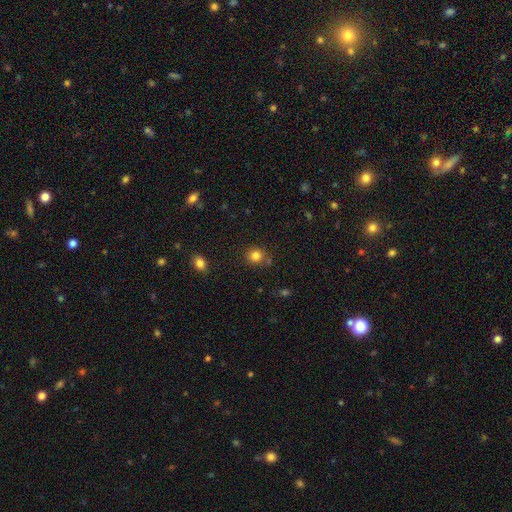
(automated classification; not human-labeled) smooth_or_featured: smooth (p=0.83) [alt: star or artifact p=0.12]
how_rounded: round (p=0.84) [alt: in between p=0.15]
merging: none (p=0.79) [alt: minor disturbance p=0.11]